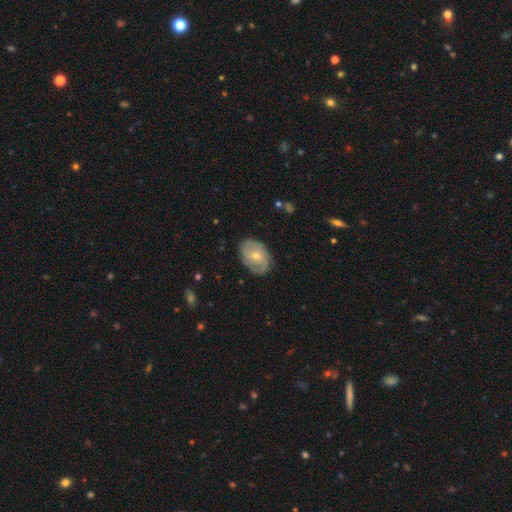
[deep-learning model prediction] This is possibly a featured or disk galaxy (54%). It is clearly not viewed edge-on (95%). Bar: likely no (71%). Spiral arm pattern: likely yes (69%). Central bulge: possibly small (52%). Merging: likely none (75%).